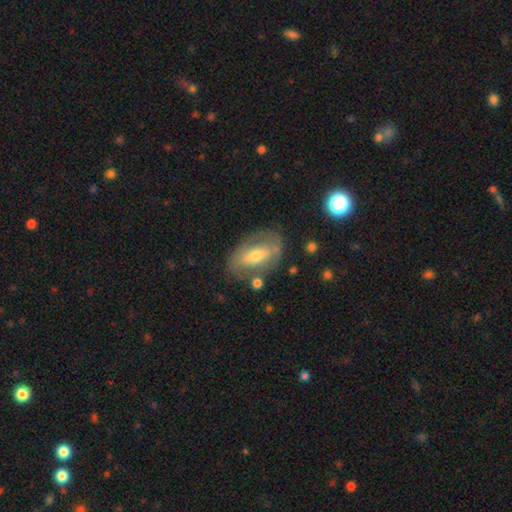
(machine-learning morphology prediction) smooth-or-featured: featured or disk: 54% | smooth: 39% | star or artifact: 7%
  disk-edge-on: no: 86% | yes: 14%
  merging: none: 69% | minor disturbance: 18% | major disturbance: 9% | merger: 4%